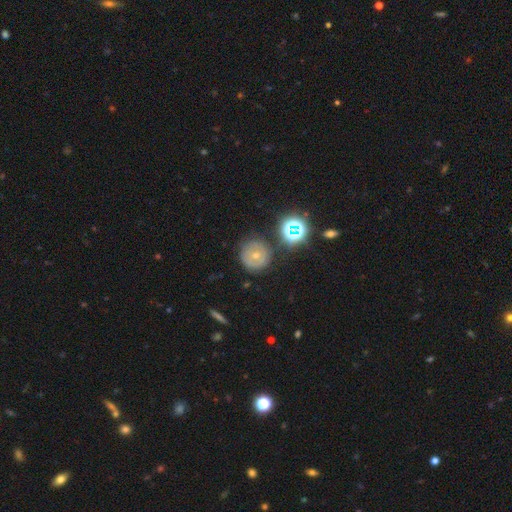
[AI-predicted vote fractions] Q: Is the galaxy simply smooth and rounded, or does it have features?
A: smooth — 44%.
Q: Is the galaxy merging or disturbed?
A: none — 78%.